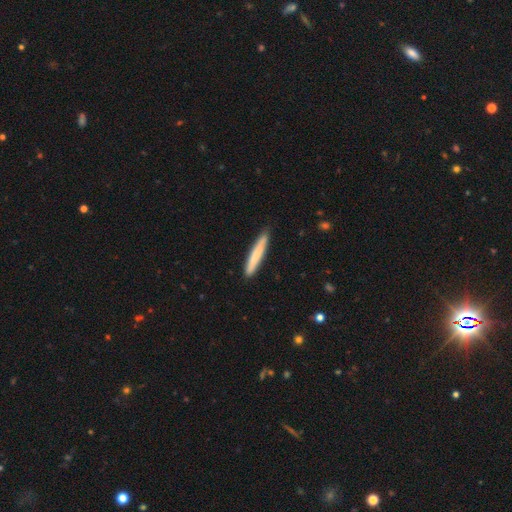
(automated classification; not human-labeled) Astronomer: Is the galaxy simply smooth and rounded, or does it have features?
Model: smooth — 74%.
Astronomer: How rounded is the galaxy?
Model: cigar-shaped — 95%.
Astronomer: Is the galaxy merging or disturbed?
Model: none — 87%.